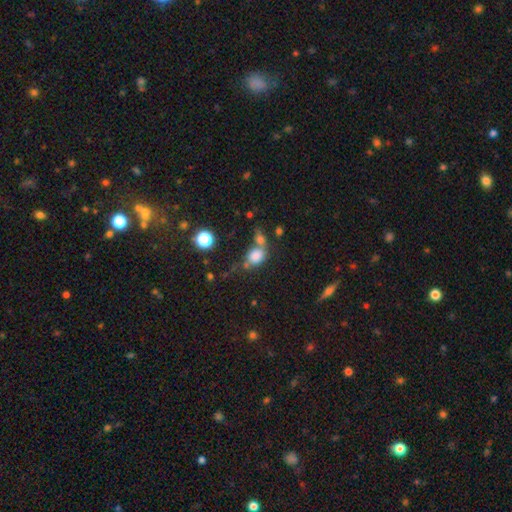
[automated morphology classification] smooth_or_featured: smooth (p=0.79) [alt: star or artifact p=0.12]
how_rounded: in between (p=0.50) [alt: round p=0.48]
merging: none (p=0.40) [alt: merger p=0.37]